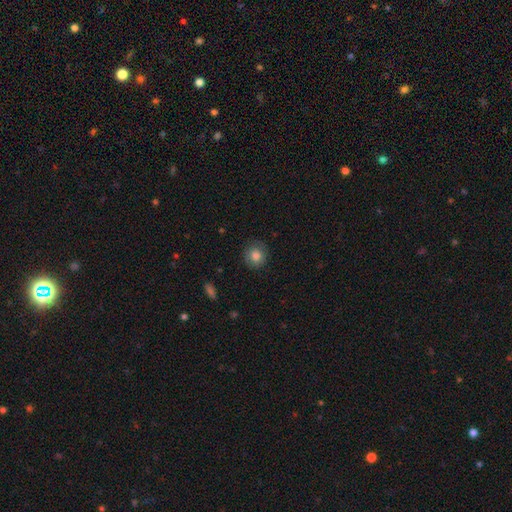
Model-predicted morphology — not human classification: Smooth or featured: smooth — 78% (featured or disk — 13%)
How rounded: round — 88% (in between — 11%)
Merging: none — 84% (minor disturbance — 12%)